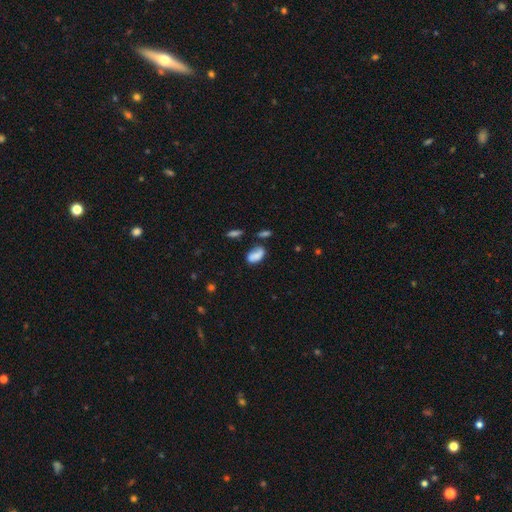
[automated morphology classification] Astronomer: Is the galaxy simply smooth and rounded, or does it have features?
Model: smooth — 76%.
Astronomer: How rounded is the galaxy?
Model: in between — 90%.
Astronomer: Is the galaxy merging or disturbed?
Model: none — 47% (runner-up: minor disturbance, 27%).